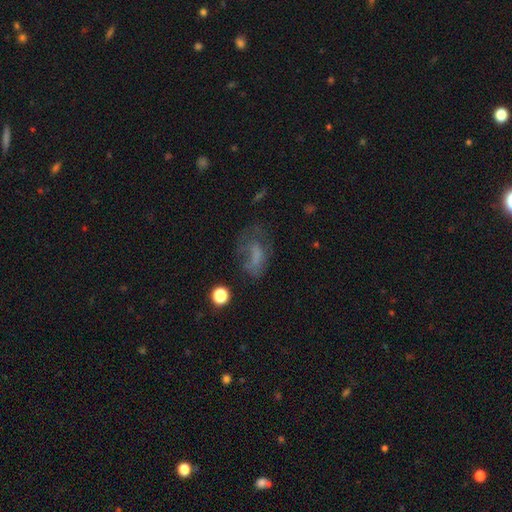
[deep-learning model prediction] Smooth or featured? Predicted: smooth (p=0.48). Merging? Predicted: none (p=0.37).